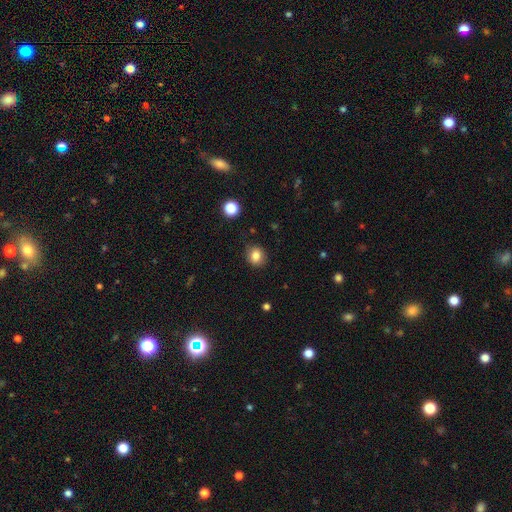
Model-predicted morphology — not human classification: smooth 84%, star or artifact 11%, featured or disk 6%. Down the decision tree: how rounded — round (70%); merging — none (85%).